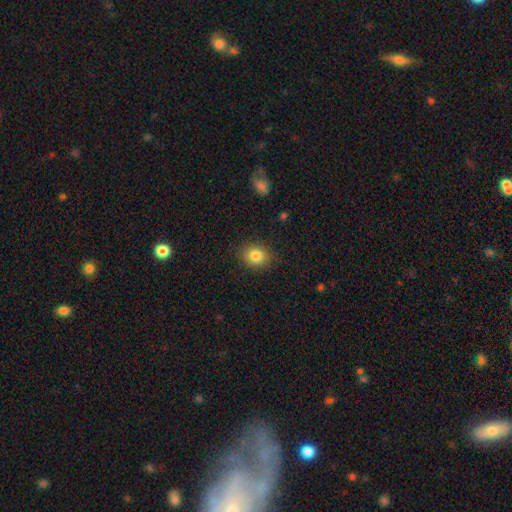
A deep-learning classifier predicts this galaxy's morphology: A smooth galaxy with no disk features (83%) that is round (65%). Merging: none (88%).